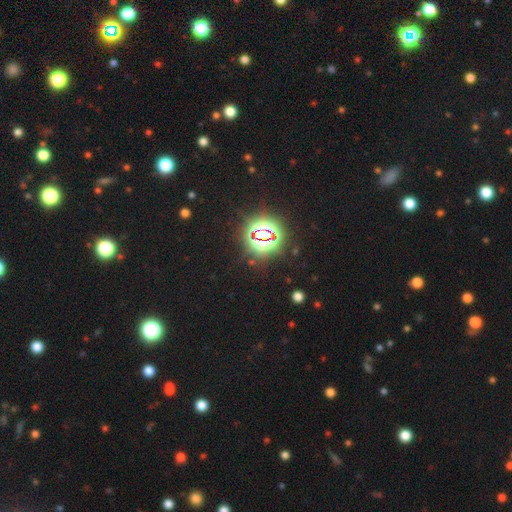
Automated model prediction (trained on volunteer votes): The model was most divided on "smooth or featured": star or artifact: 80%, smooth: 13%, featured or disk: 7%.